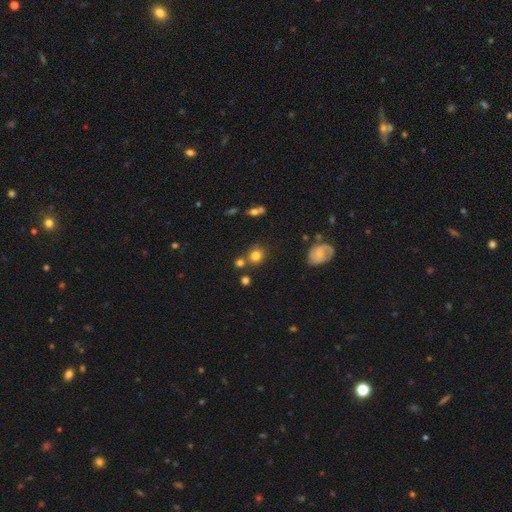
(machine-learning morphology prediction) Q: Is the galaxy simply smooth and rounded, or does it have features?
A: smooth — 75%.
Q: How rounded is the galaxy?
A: round — 82%.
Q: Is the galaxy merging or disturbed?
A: none — 70%.